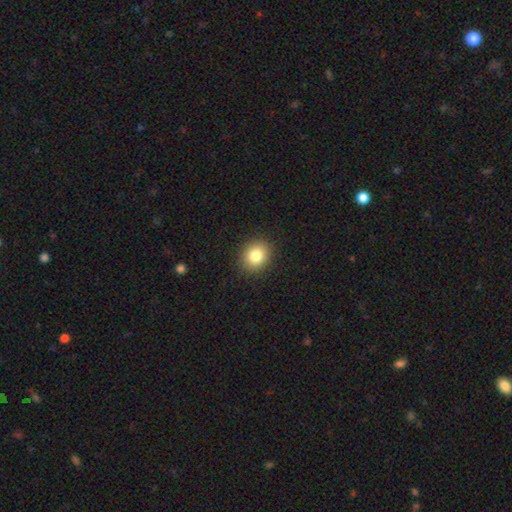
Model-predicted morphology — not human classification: A smooth galaxy with no disk features (83%) that is round (67%). Merging: none (91%).